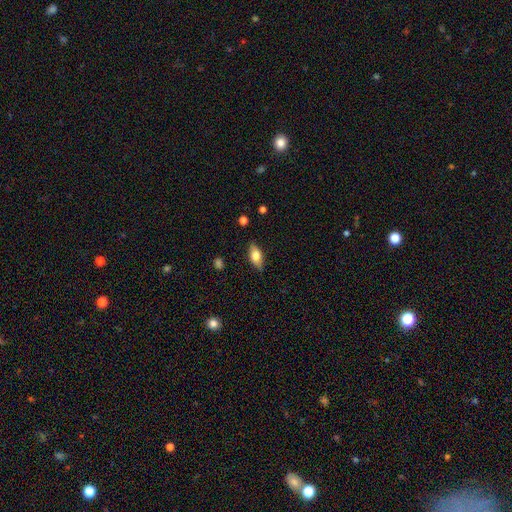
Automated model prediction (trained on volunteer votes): A smooth galaxy with no disk features (69%) that is in between round and cigar-shaped (84%).

Vote fractions:
- Smooth or featured? smooth: 69% / featured or disk: 24% / star or artifact: 7%
- How rounded? in between: 84% / cigar-shaped: 12% / round: 4%
- Merging? none: 83% / minor disturbance: 13% / major disturbance: 2% / merger: 1%